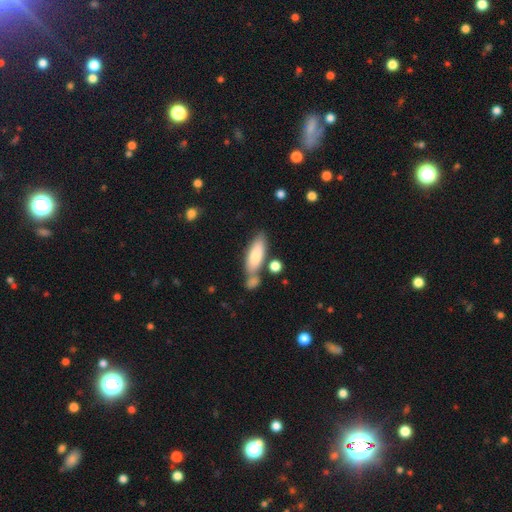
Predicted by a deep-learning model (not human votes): A smooth galaxy with no disk features (79%) that is in between round and cigar-shaped (62%).

Vote fractions:
- Smooth or featured? smooth: 79% / featured or disk: 15% / star or artifact: 6%
- How rounded? in between: 62% / cigar-shaped: 35% / round: 2%
- Merging? none: 56% / merger: 25% / minor disturbance: 15% / major disturbance: 5%